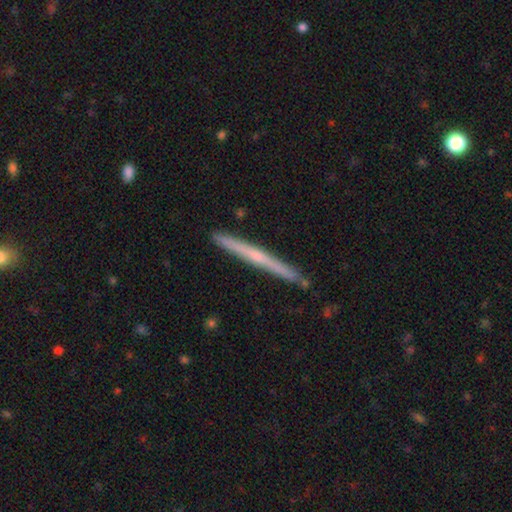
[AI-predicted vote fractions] Smooth or featured? featured or disk (62%)
Edge-on disk? yes (98%)
Edge-on bulge? none (52%)
Merging? none (90%)